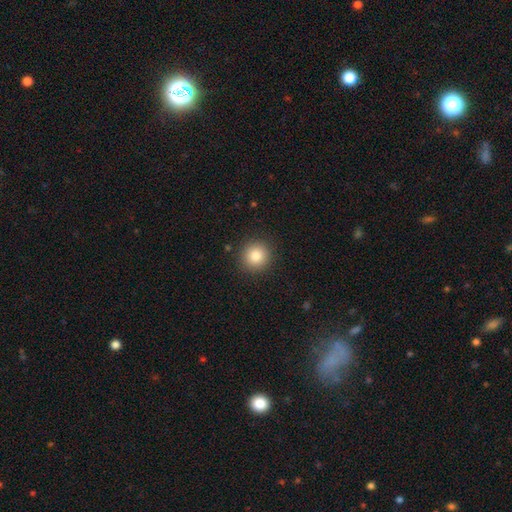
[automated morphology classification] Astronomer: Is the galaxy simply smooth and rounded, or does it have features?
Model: smooth — 84%.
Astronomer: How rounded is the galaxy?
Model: round — 92%.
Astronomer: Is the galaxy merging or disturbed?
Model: none — 90%.